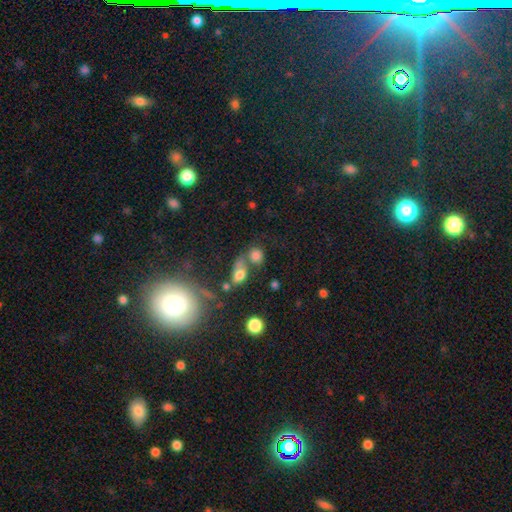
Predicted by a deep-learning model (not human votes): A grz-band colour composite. It shows a smooth galaxy with no disk features (73%) that is round (61%). Merging: none (44%).